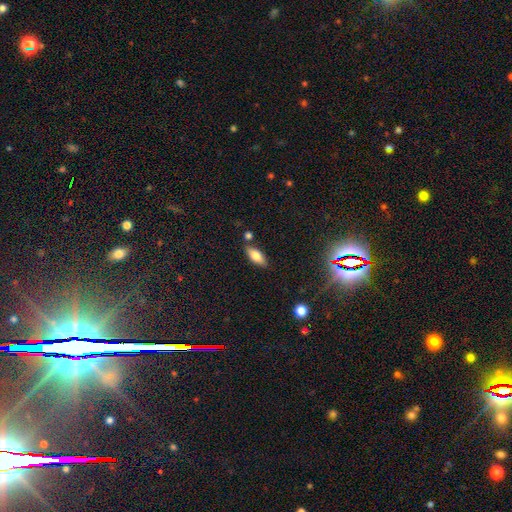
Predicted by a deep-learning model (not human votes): Smooth or featured? Predicted: smooth (p=0.76). How rounded? Predicted: in between (p=0.80). Merging? Predicted: none (p=0.78).